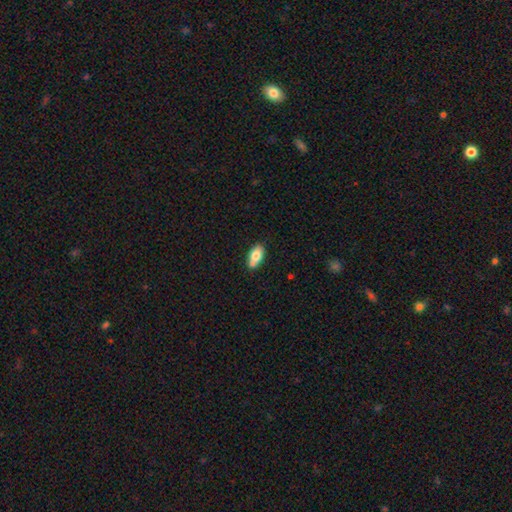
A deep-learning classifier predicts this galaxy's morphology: The model was most divided on "merging": none: 66%, minor disturbance: 18%, merger: 13%, major disturbance: 3%. More confident: how rounded — in between (90%); smooth or featured — smooth (76%).